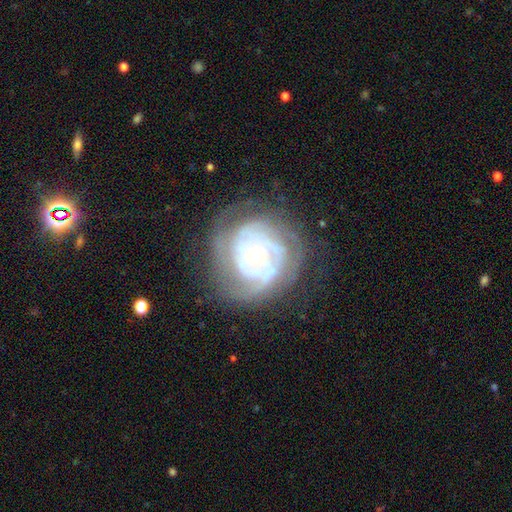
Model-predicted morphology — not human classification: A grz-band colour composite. It shows a featured or disk galaxy (85%) with no bar (77%), tight (74%) spiral arms (93%) and a small central bulge (56%). Merging: none (71%).